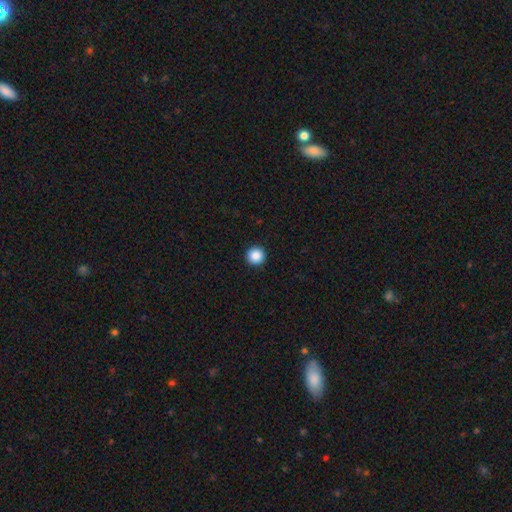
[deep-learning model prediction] Smooth or featured: smooth — 88% (star or artifact — 9%)
How rounded: round — 96% (in between — 3%)
Merging: none — 93% (minor disturbance — 4%)